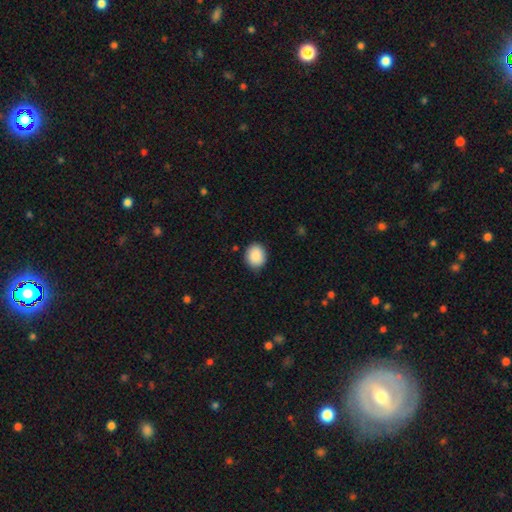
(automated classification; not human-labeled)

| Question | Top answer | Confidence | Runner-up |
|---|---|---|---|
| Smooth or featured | smooth | 90% | star or artifact (7%) |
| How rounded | round | 68% | in between (31%) |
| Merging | none | 88% | minor disturbance (9%) |